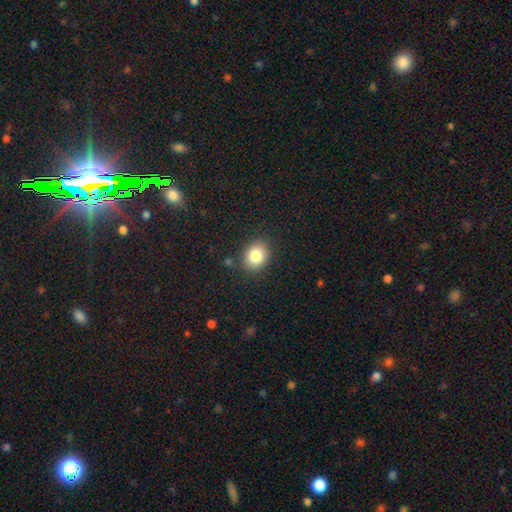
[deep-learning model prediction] Smooth or featured: smooth — 82% (star or artifact — 10%)
How rounded: round — 62% (in between — 37%)
Merging: none — 85% (minor disturbance — 10%)